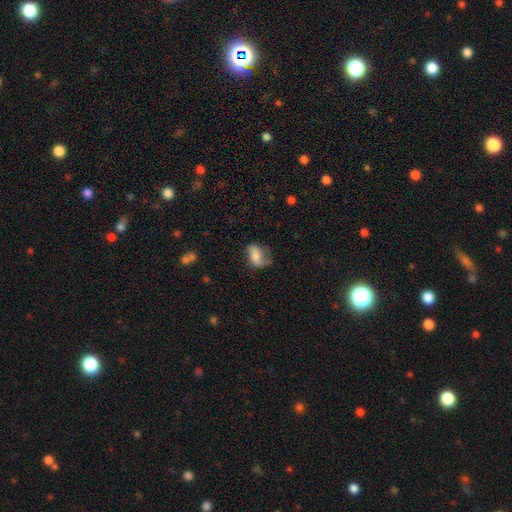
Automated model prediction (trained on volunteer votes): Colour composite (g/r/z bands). It shows a smooth galaxy with no disk features (54%) that is in between round and cigar-shaped (83%). Merging: none (48%).